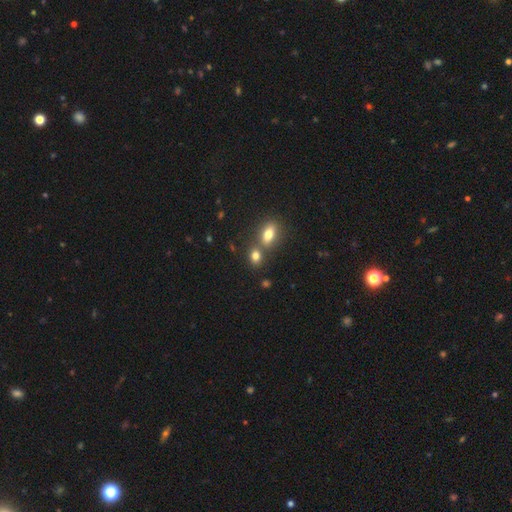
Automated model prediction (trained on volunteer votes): smooth-or-featured: smooth: 78% | star or artifact: 12% | featured or disk: 9%
  how-rounded: in between: 56% | round: 41% | cigar-shaped: 3%
  merging: none: 53% | merger: 35% | minor disturbance: 9% | major disturbance: 3%